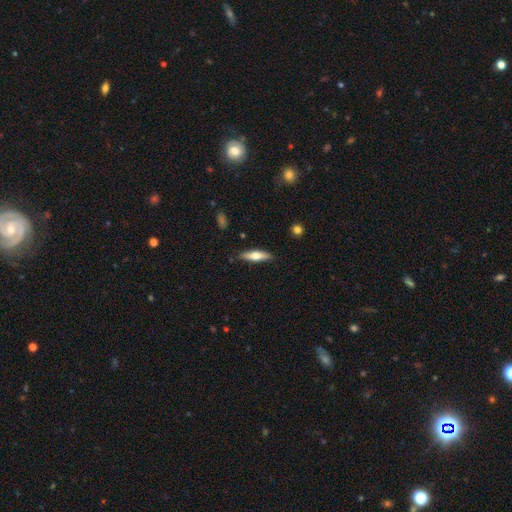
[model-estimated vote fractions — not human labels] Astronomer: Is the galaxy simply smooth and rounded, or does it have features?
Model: smooth — 55% (runner-up: featured or disk, 40%).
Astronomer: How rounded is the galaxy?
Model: cigar-shaped — 71%.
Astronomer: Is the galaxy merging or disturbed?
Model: none — 87%.